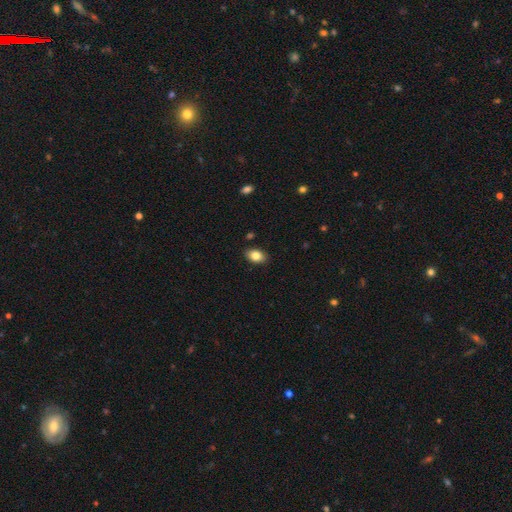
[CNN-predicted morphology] Smooth or featured: smooth — 84% (star or artifact — 8%)
How rounded: in between — 86% (round — 13%)
Merging: none — 87% (minor disturbance — 10%)